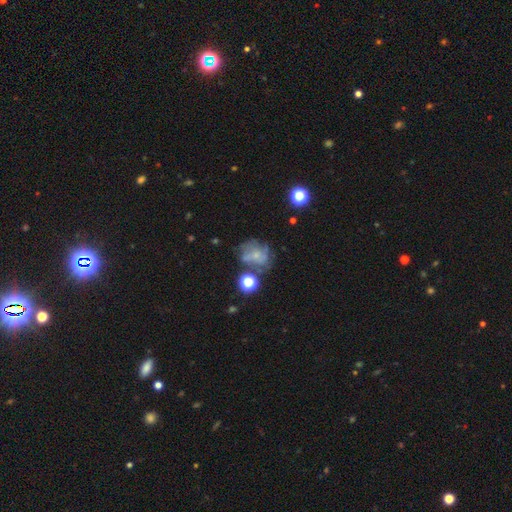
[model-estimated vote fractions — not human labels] Morphology: type=featured or disk (46%); merging=none (44%).